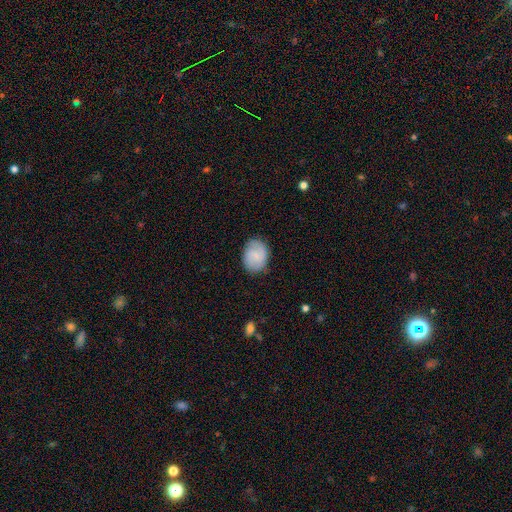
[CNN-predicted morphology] A smooth galaxy with no disk features (65%) that is in between round and cigar-shaped (56%). Merging: none (78%).